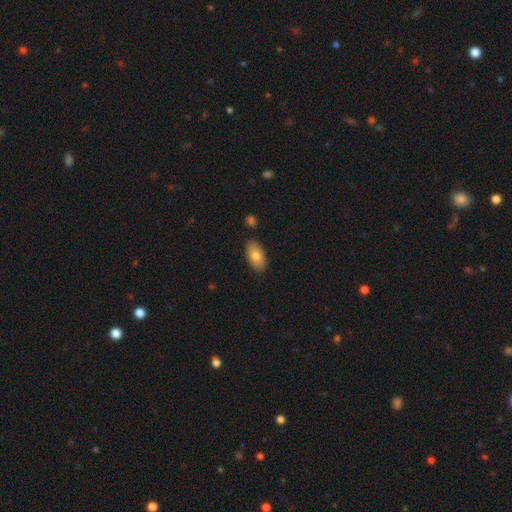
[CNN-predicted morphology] Smooth or featured? Predicted: smooth (p=0.78). How rounded? Predicted: in between (p=0.94). Merging? Predicted: none (p=0.86).